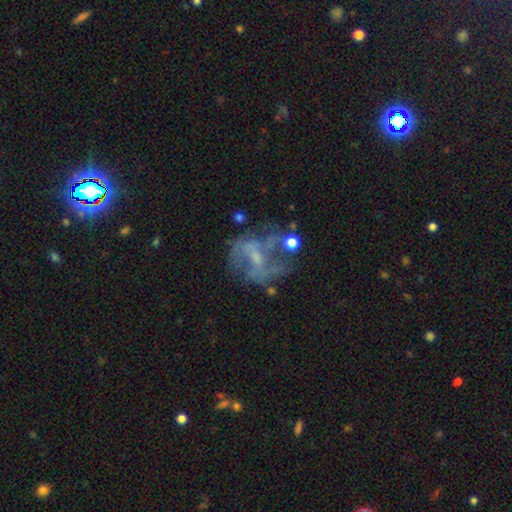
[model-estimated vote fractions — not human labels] smooth_or_featured: featured or disk (p=0.66) [alt: star or artifact p=0.17]
disk_edge_on: no (p=0.97) [alt: yes p=0.03]
bar: no (p=0.48) [alt: weak p=0.37]
has_spiral_arms: no (p=0.55) [alt: yes p=0.45]
bulge_size: small (p=0.43) [alt: none p=0.32]
merging: none (p=0.40) [alt: major disturbance p=0.31]